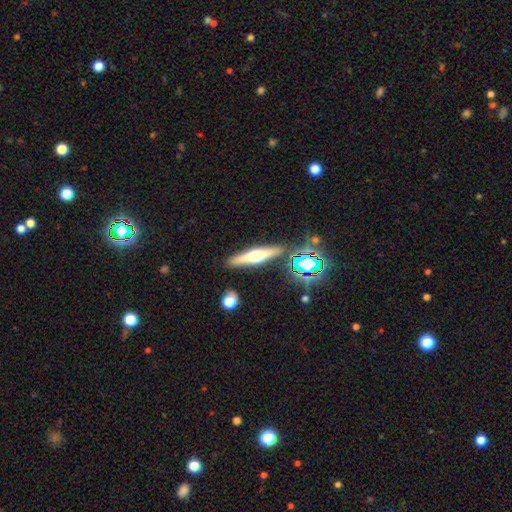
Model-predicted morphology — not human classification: Smooth or featured: featured or disk — 57% (smooth — 33%)
Edge-on disk: yes — 95% (no — 5%)
Edge-on bulge: rounded — 91% (boxy — 5%)
Merging: none — 88% (minor disturbance — 7%)